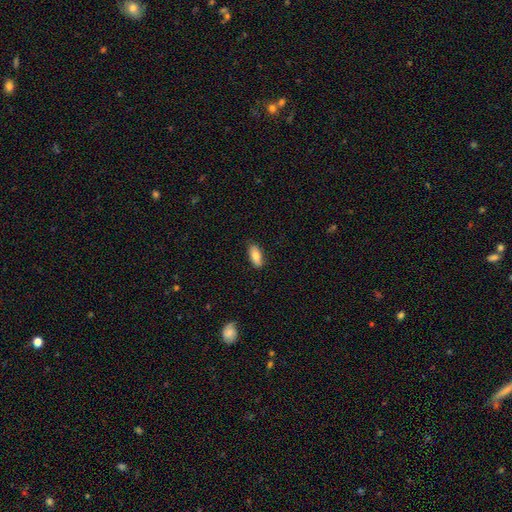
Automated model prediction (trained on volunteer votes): A smooth galaxy with no disk features (84%) that is in between round and cigar-shaped (83%). Merging: none (85%).